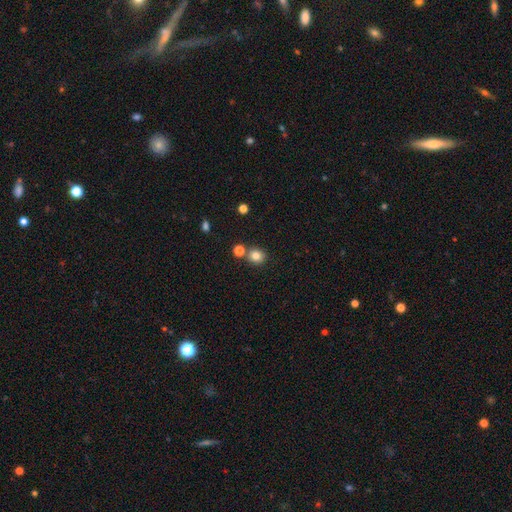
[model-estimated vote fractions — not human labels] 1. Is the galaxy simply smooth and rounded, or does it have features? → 82% smooth, 12% star or artifact, 6% featured or disk.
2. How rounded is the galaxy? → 82% round, 17% in between, 1% cigar-shaped.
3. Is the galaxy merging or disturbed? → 75% none, 15% merger, 8% minor disturbance, 3% major disturbance.